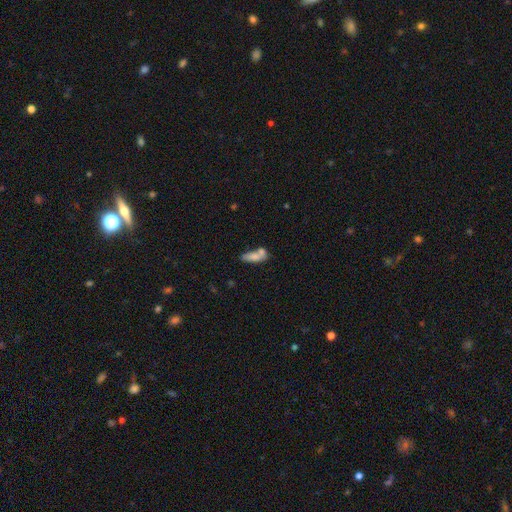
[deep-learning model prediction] Smooth or featured: smooth — 75% (featured or disk — 17%)
How rounded: in between — 65% (cigar-shaped — 32%)
Merging: merger — 40% (none — 38%)